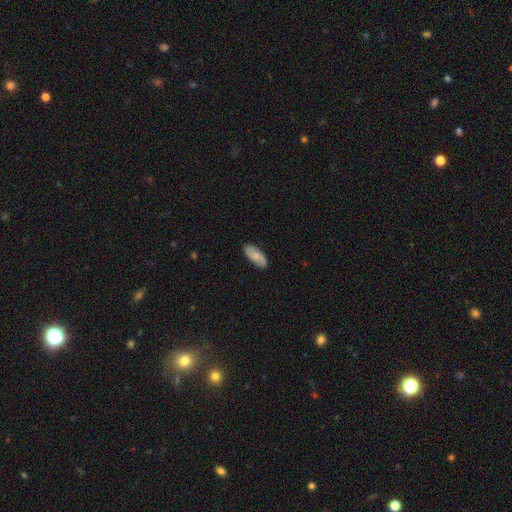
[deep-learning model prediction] smooth_or_featured: smooth (p=0.68) [alt: featured or disk p=0.26]
how_rounded: in between (p=0.86) [alt: cigar-shaped p=0.12]
merging: none (p=0.84) [alt: minor disturbance p=0.13]